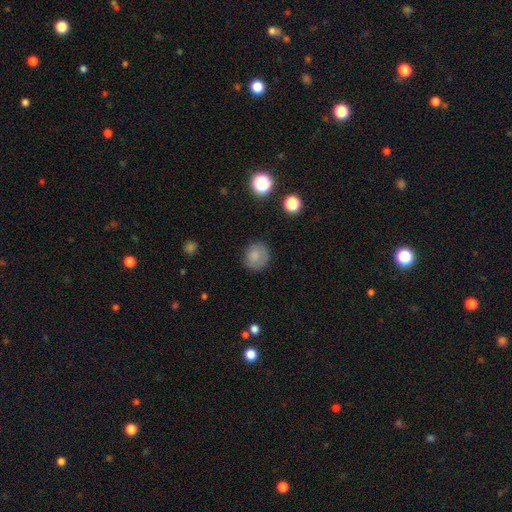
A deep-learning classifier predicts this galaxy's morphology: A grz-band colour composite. It shows a smooth galaxy with no disk features (80%) that is round (85%). Merging: none (78%).